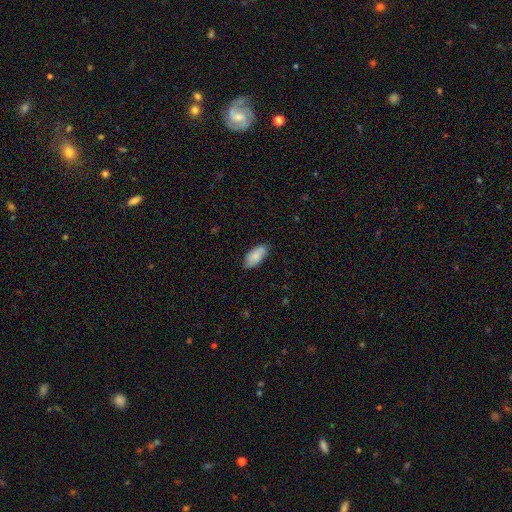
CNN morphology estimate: Overall: smooth (81%). How rounded: in between (92%). Merging: none (79%).